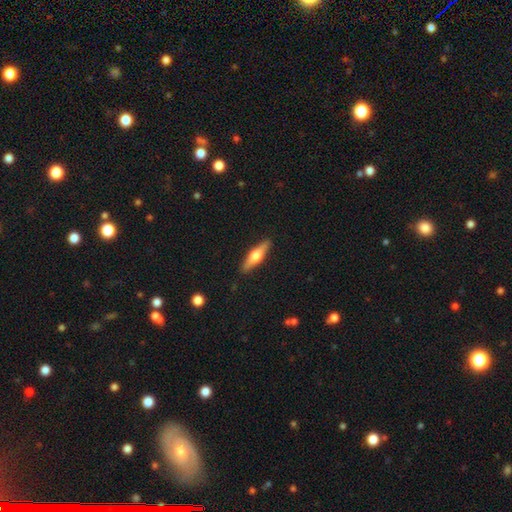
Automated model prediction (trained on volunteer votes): Smooth or featured? featured or disk (56%)
Edge-on disk? yes (95%)
Edge-on bulge? rounded (94%)
Merging? none (90%)